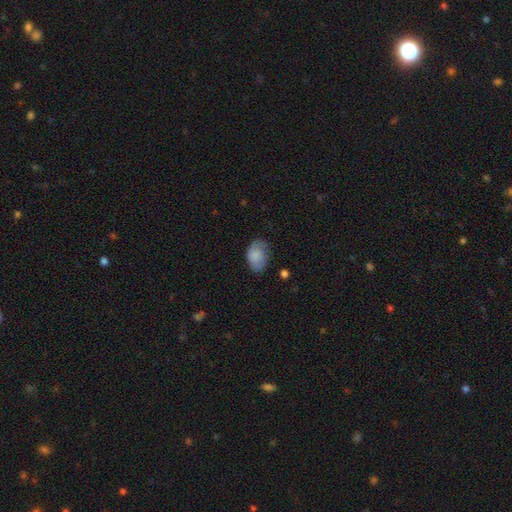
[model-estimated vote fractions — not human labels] Overall: smooth (81%). How rounded: in between (87%). Merging: none (57%; minor disturbance 31%).